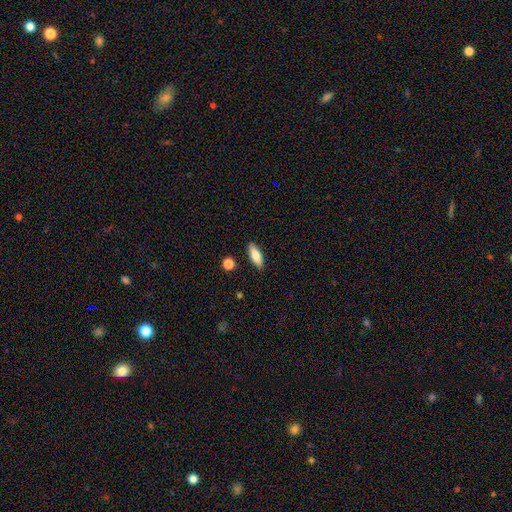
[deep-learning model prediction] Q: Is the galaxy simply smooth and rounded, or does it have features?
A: smooth — 78%.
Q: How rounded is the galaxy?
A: in between — 62%.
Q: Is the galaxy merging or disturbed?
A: none — 87%.